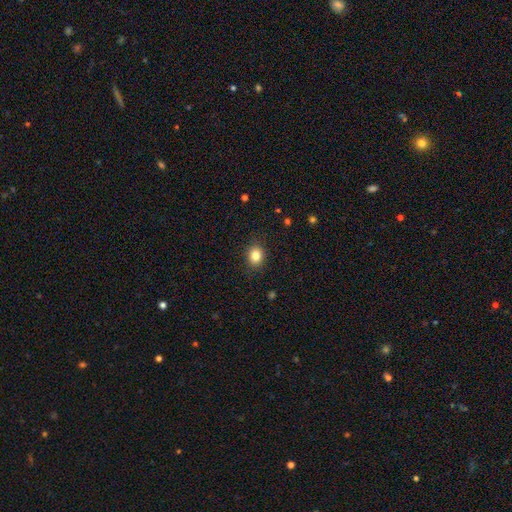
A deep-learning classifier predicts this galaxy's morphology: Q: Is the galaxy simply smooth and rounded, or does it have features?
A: smooth — 83%.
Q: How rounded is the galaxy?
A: round — 61%.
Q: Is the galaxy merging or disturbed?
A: none — 88%.